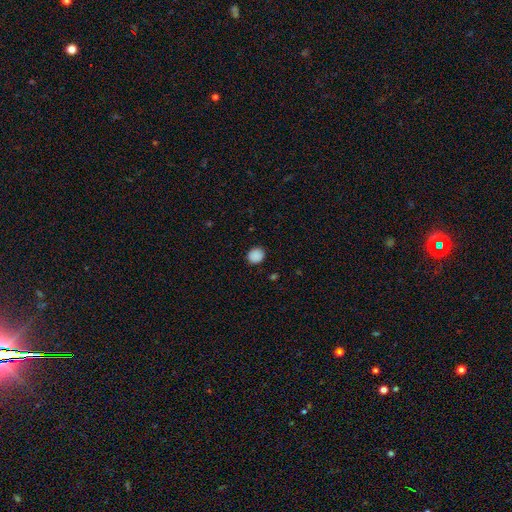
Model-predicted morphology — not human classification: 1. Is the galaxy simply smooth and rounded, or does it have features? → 88% smooth, 9% star or artifact, 2% featured or disk.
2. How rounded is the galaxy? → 78% round, 21% in between, 1% cigar-shaped.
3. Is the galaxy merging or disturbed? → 89% none, 7% minor disturbance, 2% major disturbance, 1% merger.